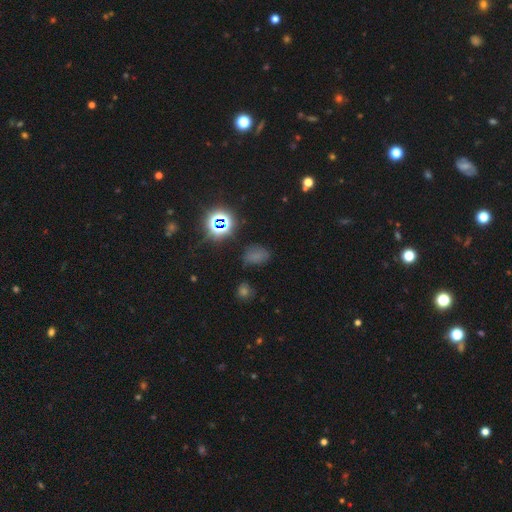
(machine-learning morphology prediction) The model was most divided on "smooth or featured": smooth: 48%, star or artifact: 42%, featured or disk: 9%. More confident: merging — none (68%).